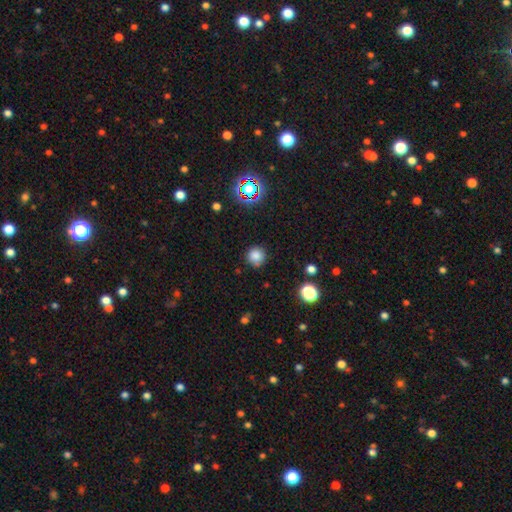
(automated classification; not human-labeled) Smooth or featured? Predicted: smooth (p=0.80). How rounded? Predicted: round (p=0.94). Merging? Predicted: none (p=0.86).